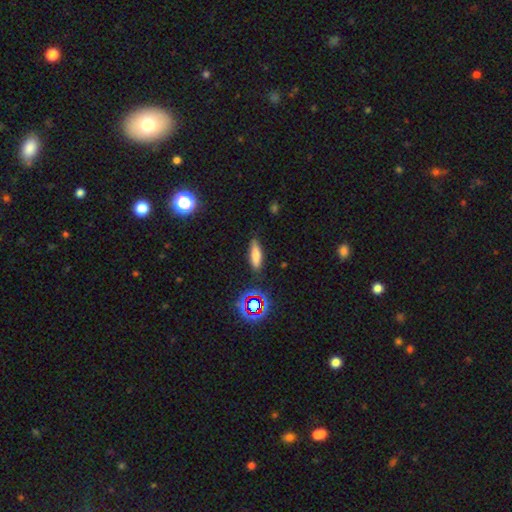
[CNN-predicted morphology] Q: Smooth or featured?
A: smooth (74%); runner-up: star or artifact (14%)
Q: How rounded?
A: cigar-shaped (52%); runner-up: in between (45%)
Q: Merging?
A: none (82%); runner-up: minor disturbance (13%)